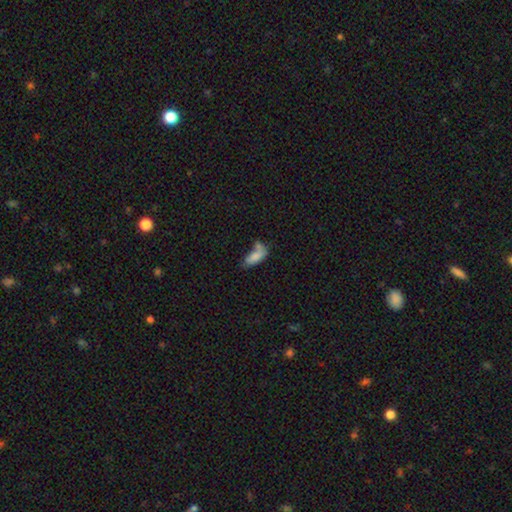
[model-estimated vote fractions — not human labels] This is likely a smooth galaxy (78%). How rounded: clearly in between (80%). Merging: marginally merger (34%).